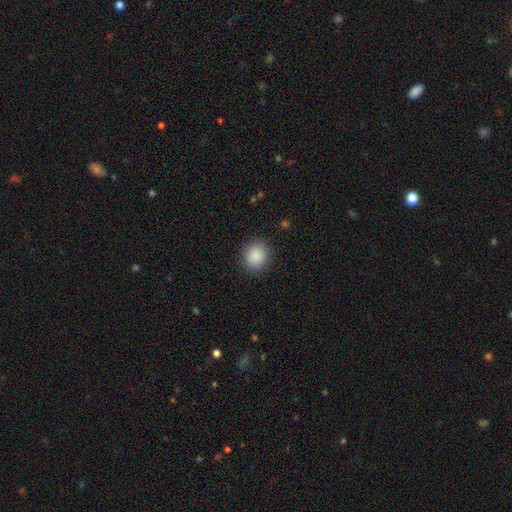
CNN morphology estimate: This appears to be a smooth galaxy with no disk features (89%) that is round (78%). Merging: none (89%).